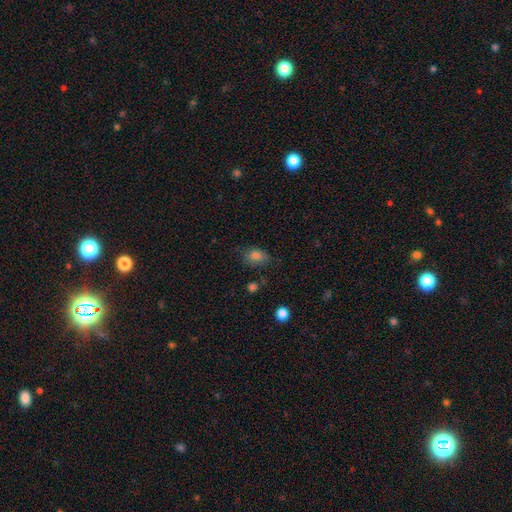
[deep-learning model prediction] Smooth or featured? smooth (79%)
How rounded? in between (73%)
Merging? none (71%)